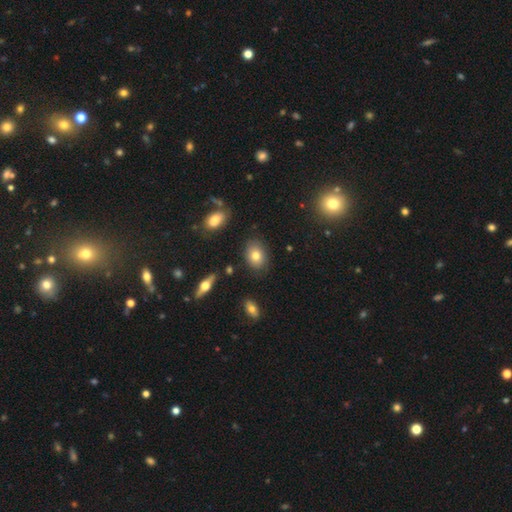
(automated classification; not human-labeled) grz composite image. It shows a smooth galaxy with no disk features (76%) that is in between round and cigar-shaped (73%). Merging: none (82%).